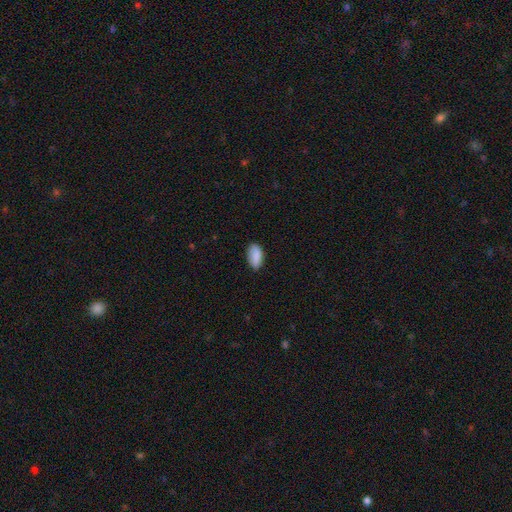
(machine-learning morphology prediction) smooth 89%, star or artifact 7%, featured or disk 4%. Down the decision tree: how rounded — in between (93%); merging — none (82%).